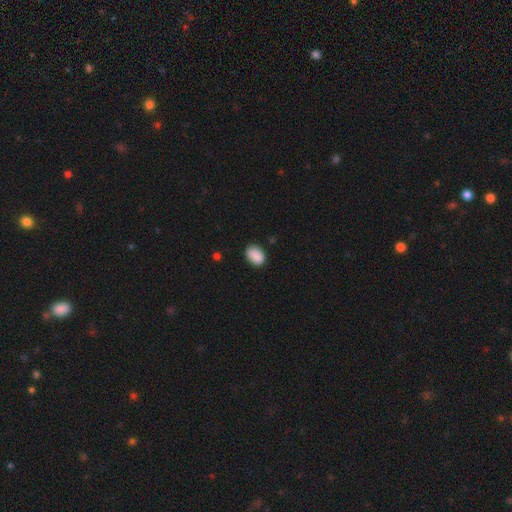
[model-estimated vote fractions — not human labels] Q: Smooth or featured?
A: smooth (89%); runner-up: star or artifact (7%)
Q: How rounded?
A: in between (79%); runner-up: round (19%)
Q: Merging?
A: none (80%); runner-up: minor disturbance (16%)